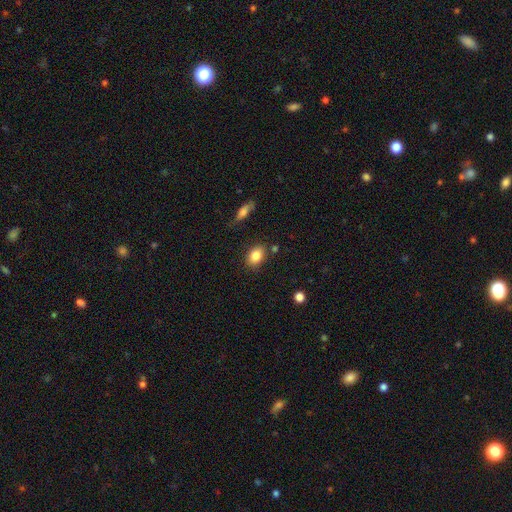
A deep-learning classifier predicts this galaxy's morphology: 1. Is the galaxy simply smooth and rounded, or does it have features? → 85% smooth, 8% star or artifact, 7% featured or disk.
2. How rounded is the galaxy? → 78% in between, 20% round, 2% cigar-shaped.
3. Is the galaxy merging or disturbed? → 80% none, 12% minor disturbance, 4% merger, 3% major disturbance.